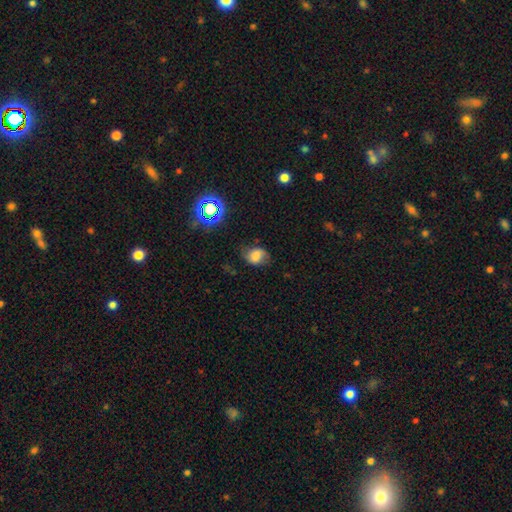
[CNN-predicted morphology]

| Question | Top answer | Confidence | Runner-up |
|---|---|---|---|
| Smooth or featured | smooth | 64% | featured or disk (22%) |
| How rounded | in between | 57% | round (42%) |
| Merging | none | 60% | minor disturbance (27%) |